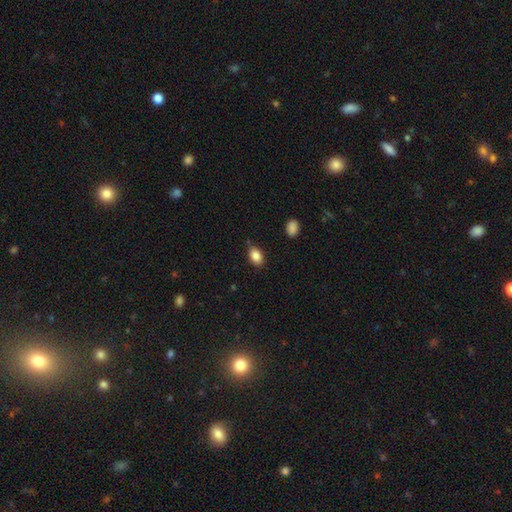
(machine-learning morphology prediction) Smooth or featured? Predicted: smooth (p=0.86). How rounded? Predicted: in between (p=0.84). Merging? Predicted: none (p=0.82).